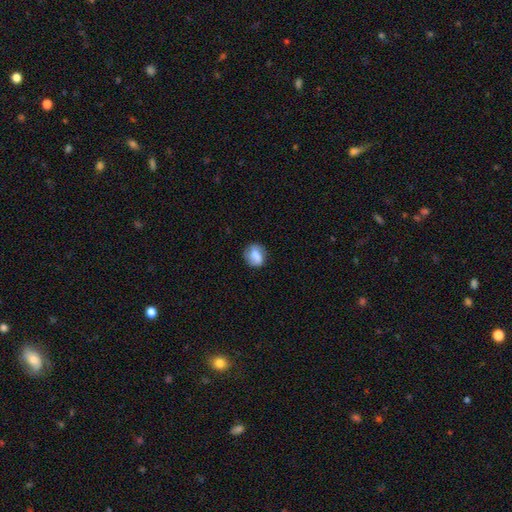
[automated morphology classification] This appears to be a smooth galaxy with no disk features (72%) that is round (54%). Merging: none (74%).